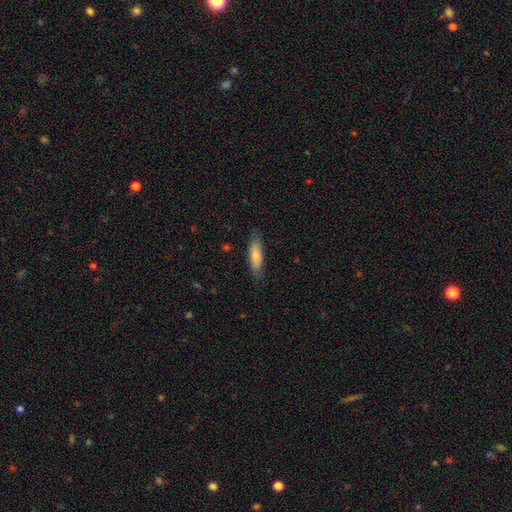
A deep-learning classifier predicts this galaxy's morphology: type=smooth (79%); roundness=cigar-shaped (58%); merging=none (82%).